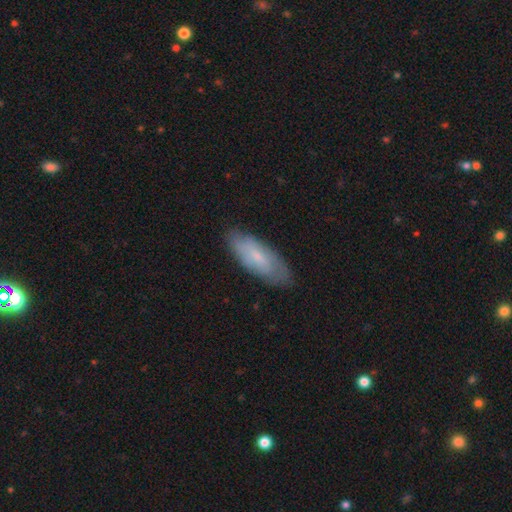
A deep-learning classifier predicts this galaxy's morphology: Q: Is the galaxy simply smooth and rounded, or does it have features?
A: smooth — 62%.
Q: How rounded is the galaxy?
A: in between — 71%.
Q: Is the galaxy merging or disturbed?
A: none — 79%.